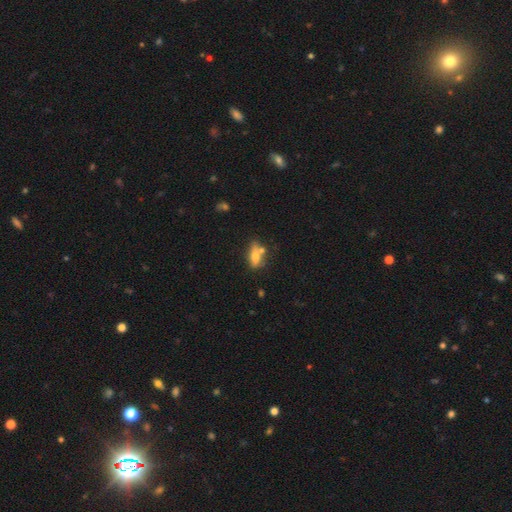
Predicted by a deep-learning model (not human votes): Smooth or featured? Predicted: smooth (p=0.66). How rounded? Predicted: in between (p=0.69). Merging? Predicted: none (p=0.47).